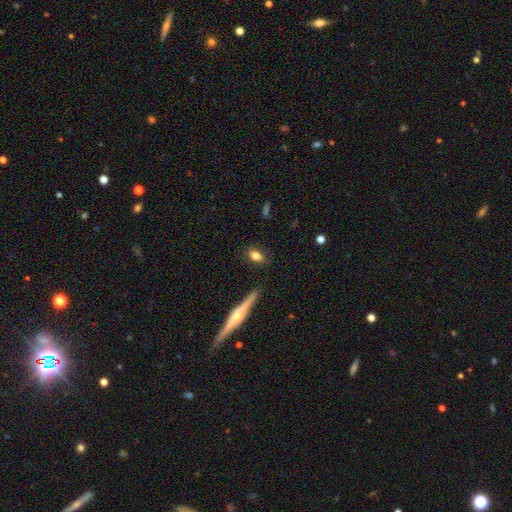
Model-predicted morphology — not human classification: smooth_or_featured: smooth (p=0.78) [alt: featured or disk p=0.15]
how_rounded: in between (p=0.80) [alt: round p=0.12]
merging: none (p=0.82) [alt: minor disturbance p=0.12]